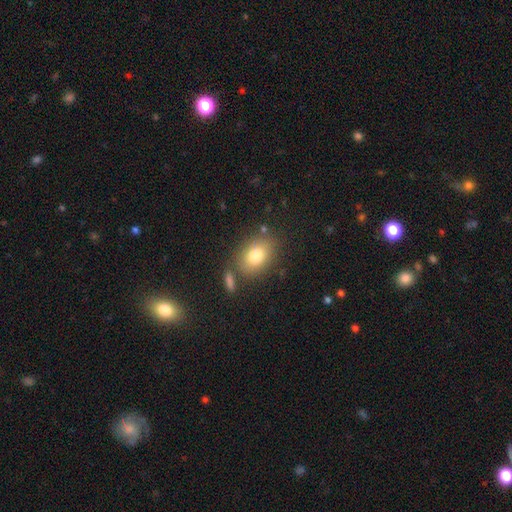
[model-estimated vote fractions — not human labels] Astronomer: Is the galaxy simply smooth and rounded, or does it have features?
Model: smooth — 79%.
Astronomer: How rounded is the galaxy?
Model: in between — 72%.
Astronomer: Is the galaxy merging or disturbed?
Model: none — 75%.